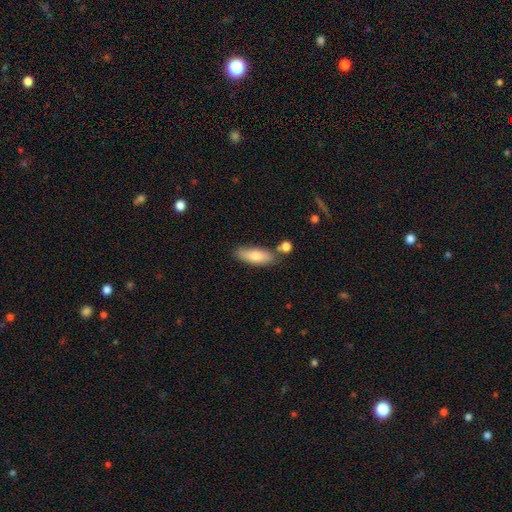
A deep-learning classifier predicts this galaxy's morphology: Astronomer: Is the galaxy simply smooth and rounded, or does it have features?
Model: smooth — 73%.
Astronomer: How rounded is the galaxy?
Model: in between — 58% (runner-up: cigar-shaped, 39%).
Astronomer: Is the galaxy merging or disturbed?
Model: none — 77%.